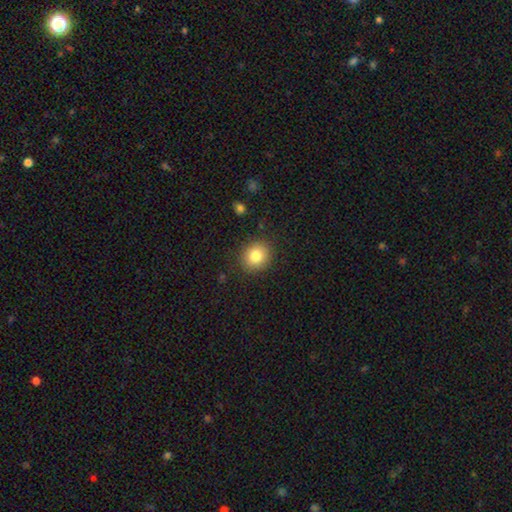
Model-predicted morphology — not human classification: Overall: smooth (82%). How rounded: round (79%). Merging: none (88%).